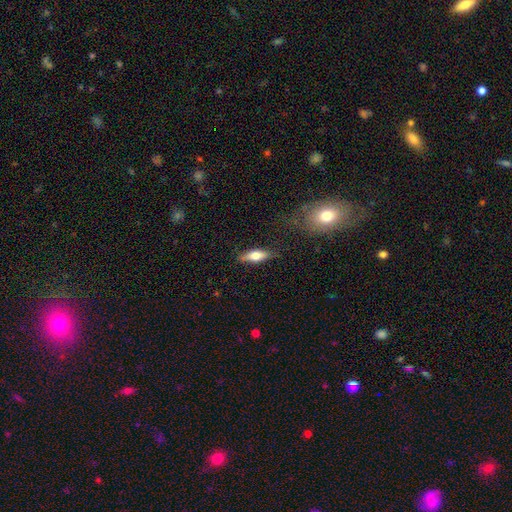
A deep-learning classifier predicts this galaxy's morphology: A smooth galaxy with no disk features (60%) that is in between round and cigar-shaped (52%).

Vote fractions:
- Smooth or featured? smooth: 60% / featured or disk: 33% / star or artifact: 6%
- How rounded? in between: 52% / cigar-shaped: 45% / round: 3%
- Merging? none: 81% / minor disturbance: 14% / major disturbance: 3% / merger: 2%